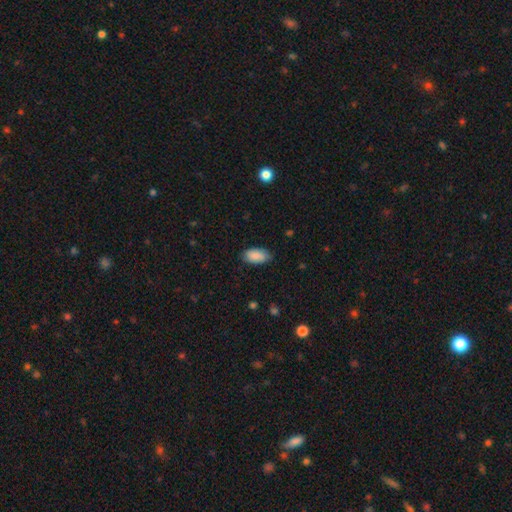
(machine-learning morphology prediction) Overall: smooth (87%). How rounded: in between (94%). Merging: none (77%).